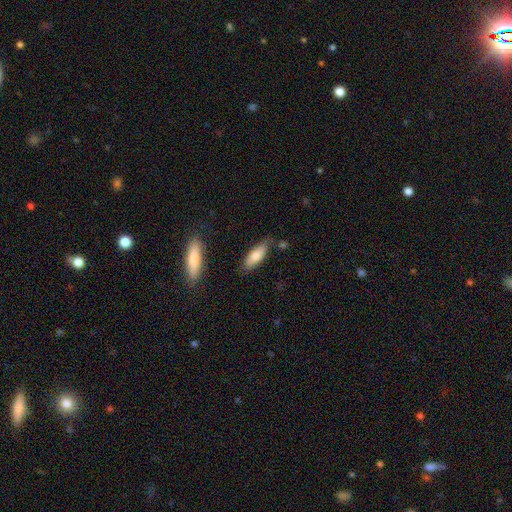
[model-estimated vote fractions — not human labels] Morphology: type=smooth (79%); roundness=in between (64%); merging=none (73%).